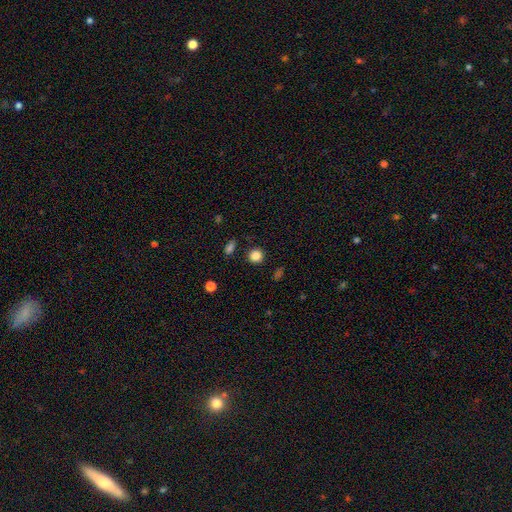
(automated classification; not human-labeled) A smooth galaxy with no disk features (85%) that is round (90%). Merging: none (89%).